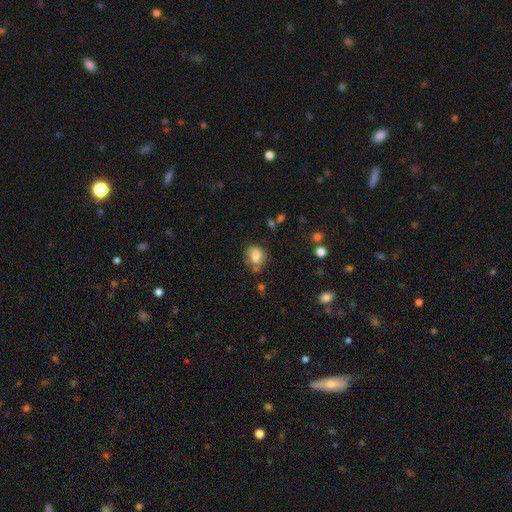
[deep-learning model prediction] smooth_or_featured: smooth (p=0.70) [alt: featured or disk p=0.20]
how_rounded: round (p=0.61) [alt: in between p=0.38]
merging: none (p=0.65) [alt: minor disturbance p=0.22]